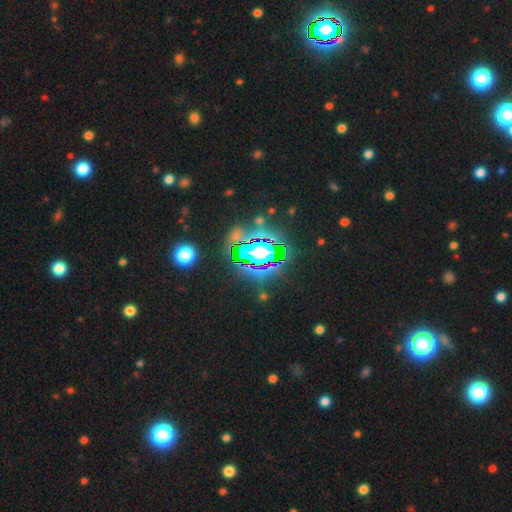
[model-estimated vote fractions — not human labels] Overall: star or artifact (78%).